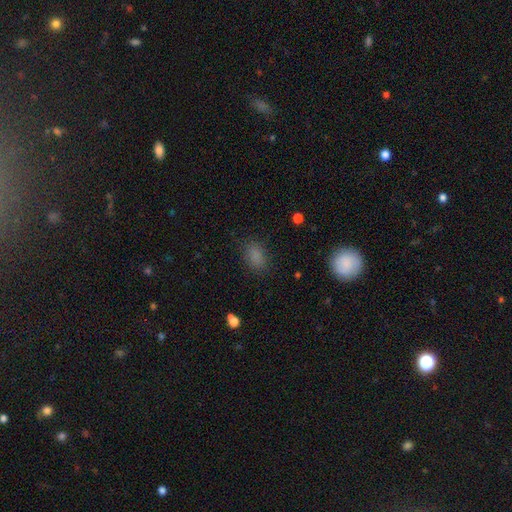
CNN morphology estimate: This appears to be a smooth galaxy with no disk features (83%) that is in between round and cigar-shaped (81%). Merging: none (82%).